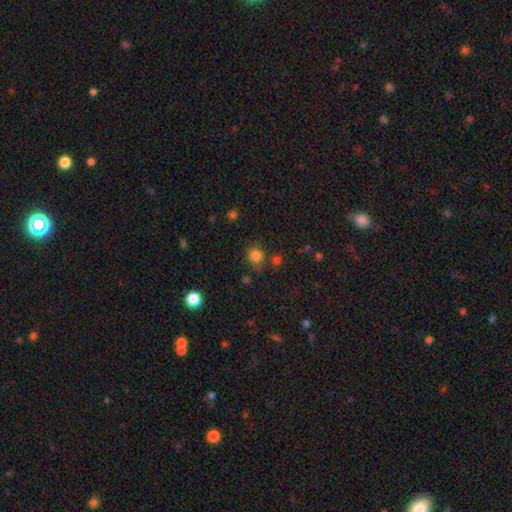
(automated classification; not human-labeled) smooth-or-featured: smooth: 82% | star or artifact: 13% | featured or disk: 5%
  how-rounded: round: 80% | in between: 19% | cigar-shaped: 1%
  merging: none: 73% | minor disturbance: 15% | merger: 7% | major disturbance: 5%